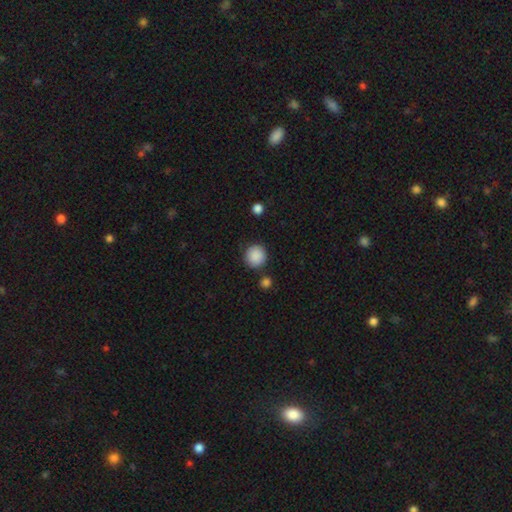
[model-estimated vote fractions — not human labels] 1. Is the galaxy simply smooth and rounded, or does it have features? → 89% smooth, 8% star or artifact, 3% featured or disk.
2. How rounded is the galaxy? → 93% round, 6% in between, 1% cigar-shaped.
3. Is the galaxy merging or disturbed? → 85% none, 8% minor disturbance, 4% merger, 3% major disturbance.